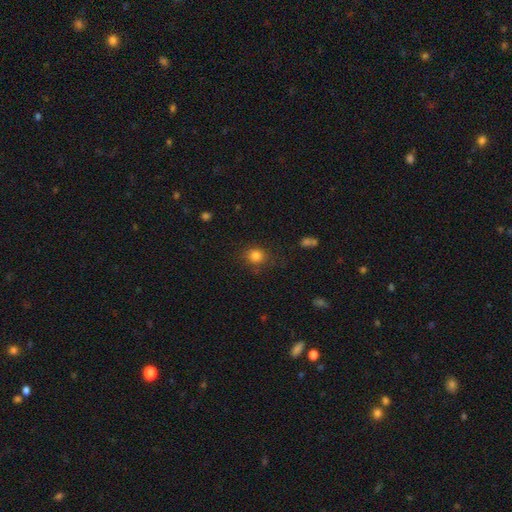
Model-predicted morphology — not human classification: Smooth or featured: smooth — 83% (star or artifact — 12%)
How rounded: round — 80% (in between — 19%)
Merging: none — 80% (minor disturbance — 13%)